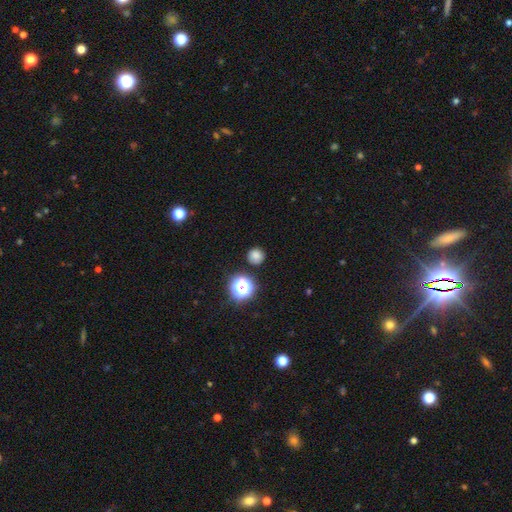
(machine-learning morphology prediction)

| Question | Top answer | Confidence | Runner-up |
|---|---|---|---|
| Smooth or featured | smooth | 77% | star or artifact (18%) |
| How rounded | round | 94% | in between (5%) |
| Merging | none | 88% | minor disturbance (7%) |